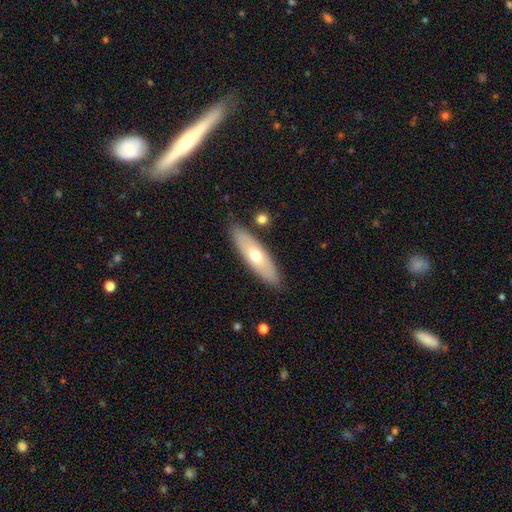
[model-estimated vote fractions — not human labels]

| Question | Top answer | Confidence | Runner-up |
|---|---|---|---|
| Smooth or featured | smooth | 57% | featured or disk (37%) |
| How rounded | cigar-shaped | 51% | in between (47%) |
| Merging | none | 85% | minor disturbance (10%) |